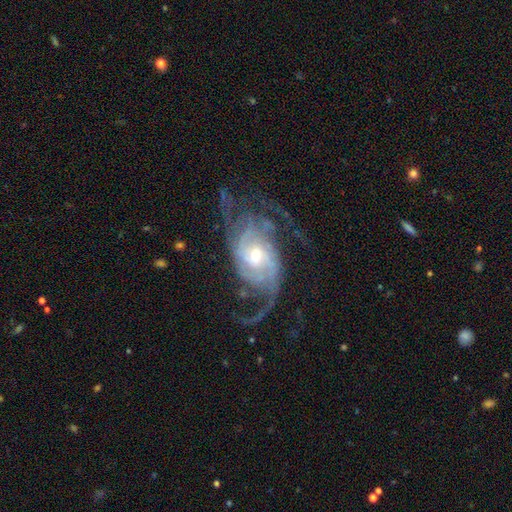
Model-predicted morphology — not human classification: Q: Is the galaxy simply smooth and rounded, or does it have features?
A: featured or disk — 89%.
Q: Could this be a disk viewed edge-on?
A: no — 96%.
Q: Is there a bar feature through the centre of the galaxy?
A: no — 54%.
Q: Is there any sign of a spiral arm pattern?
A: yes — 96%.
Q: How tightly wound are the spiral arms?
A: medium — 40%.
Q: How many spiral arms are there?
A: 2 — 34%.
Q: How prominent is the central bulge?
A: moderate — 55%.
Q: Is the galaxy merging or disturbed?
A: none — 56%.